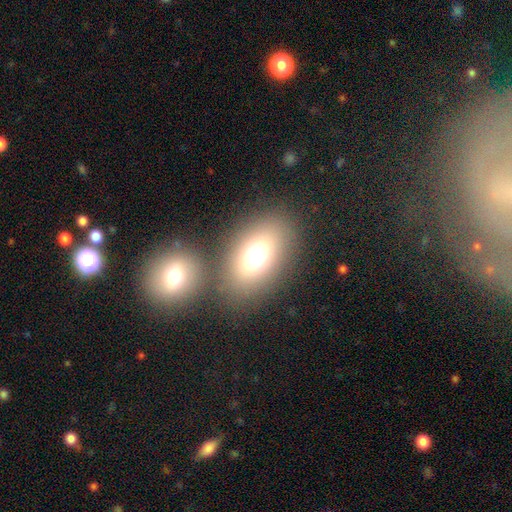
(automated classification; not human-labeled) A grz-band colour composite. It shows a smooth galaxy with no disk features (71%) that is in between round and cigar-shaped (79%). Merging: none (67%).